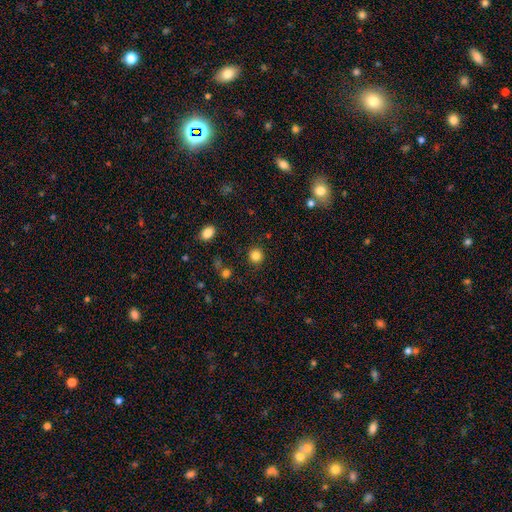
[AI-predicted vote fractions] A smooth galaxy with no disk features (84%) that is round (92%). Merging: none (90%).